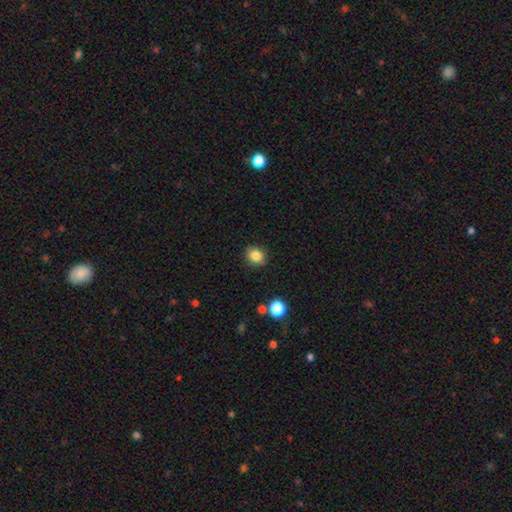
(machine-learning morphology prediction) Smooth or featured? smooth (85%)
How rounded? round (56%)
Merging? none (87%)